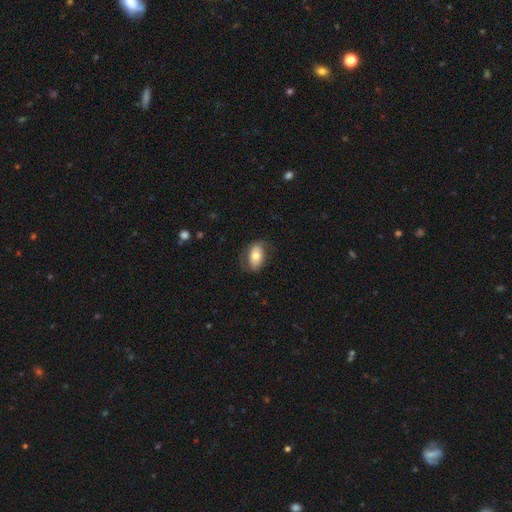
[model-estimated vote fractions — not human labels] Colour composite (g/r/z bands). It shows a smooth galaxy with no disk features (67%) that is in between round and cigar-shaped (89%). Merging: none (72%).